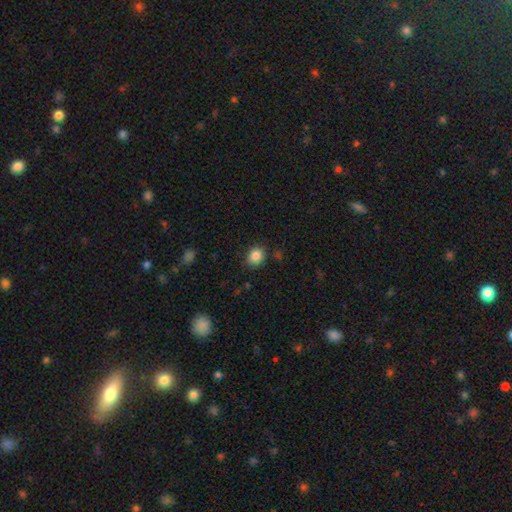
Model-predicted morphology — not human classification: This appears to be a smooth galaxy with no disk features (86%) that is round (64%). Merging: none (84%).